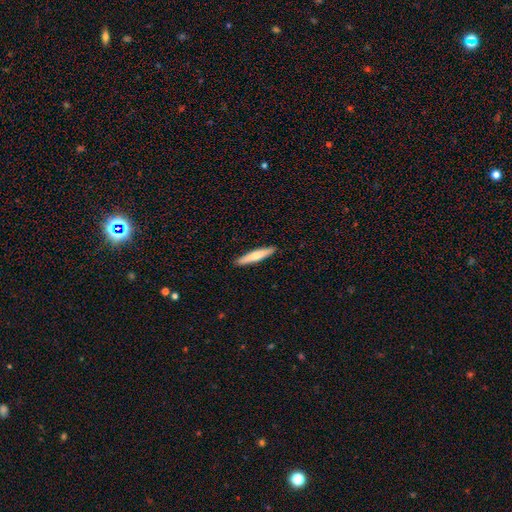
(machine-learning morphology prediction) Smooth or featured? Predicted: smooth (p=0.64). How rounded? Predicted: cigar-shaped (p=0.91). Merging? Predicted: none (p=0.91).